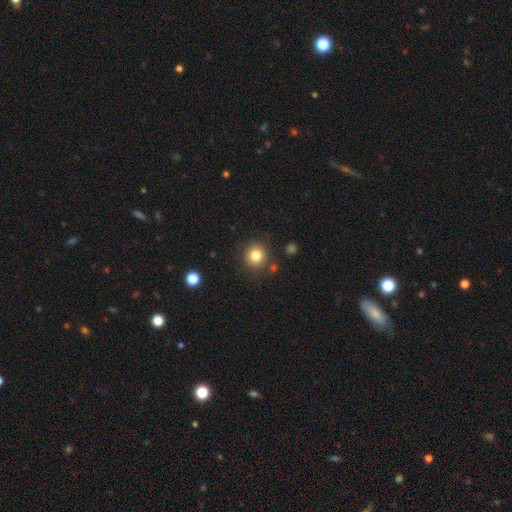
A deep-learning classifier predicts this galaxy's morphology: Smooth or featured: smooth — 82% (star or artifact — 11%)
How rounded: round — 90% (in between — 9%)
Merging: none — 85% (minor disturbance — 8%)